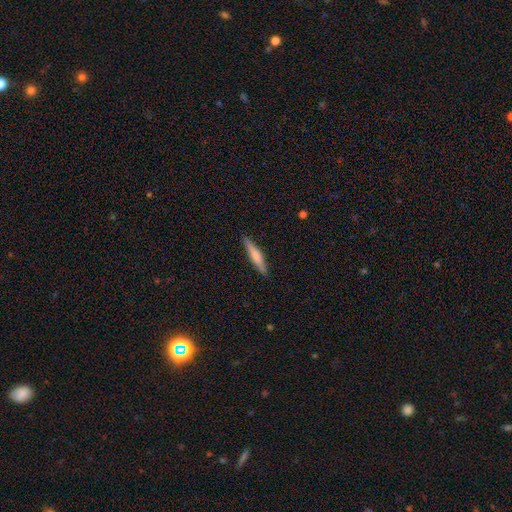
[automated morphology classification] A smooth galaxy with no disk features (63%) that is cigar-shaped (89%).

Vote fractions:
- Smooth or featured? smooth: 63% / featured or disk: 32% / star or artifact: 5%
- How rounded? cigar-shaped: 89% / in between: 9% / round: 1%
- Merging? none: 88% / minor disturbance: 9% / major disturbance: 2% / merger: 1%